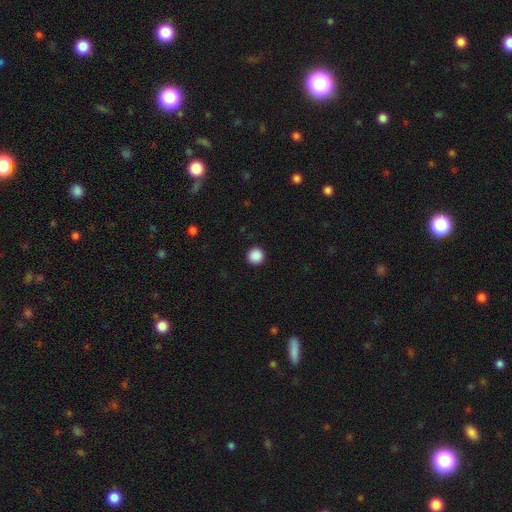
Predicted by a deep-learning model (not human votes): Overall: smooth (89%). How rounded: round (95%). Merging: none (93%).